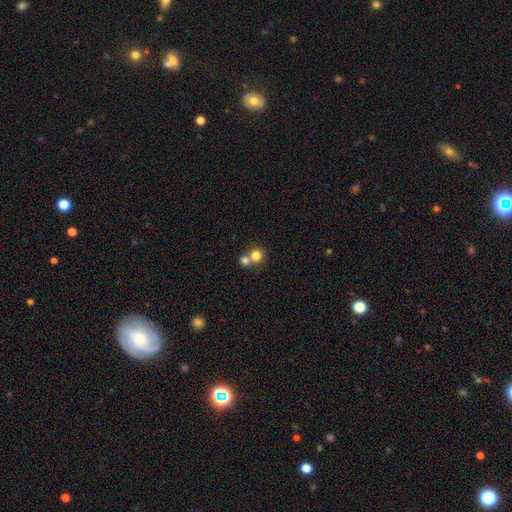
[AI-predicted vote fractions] A smooth galaxy with no disk features (79%) that is round (88%). Merging: merger (46%, tied with none).